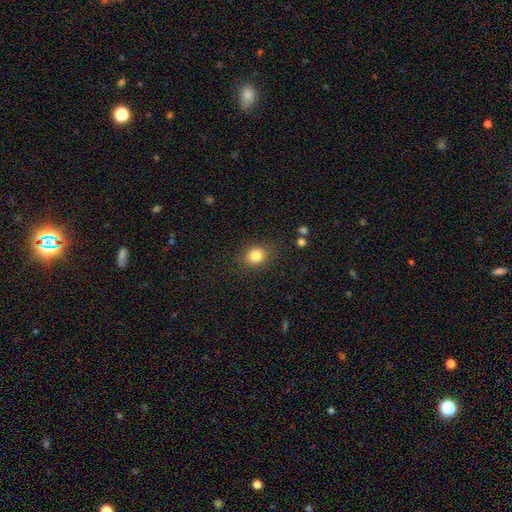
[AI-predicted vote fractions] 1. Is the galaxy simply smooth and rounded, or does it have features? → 83% smooth, 11% star or artifact, 7% featured or disk.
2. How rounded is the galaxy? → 57% round, 42% in between, 1% cigar-shaped.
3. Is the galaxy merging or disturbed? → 84% none, 11% minor disturbance, 3% major disturbance, 2% merger.